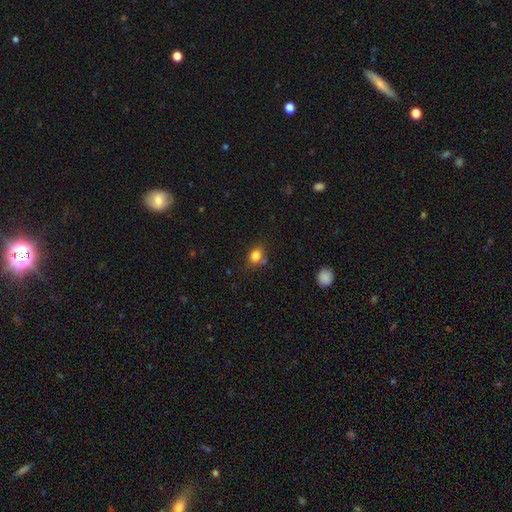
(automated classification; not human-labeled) smooth 81%, star or artifact 12%, featured or disk 7%. Down the decision tree: how rounded — round (53%); merging — none (67%).